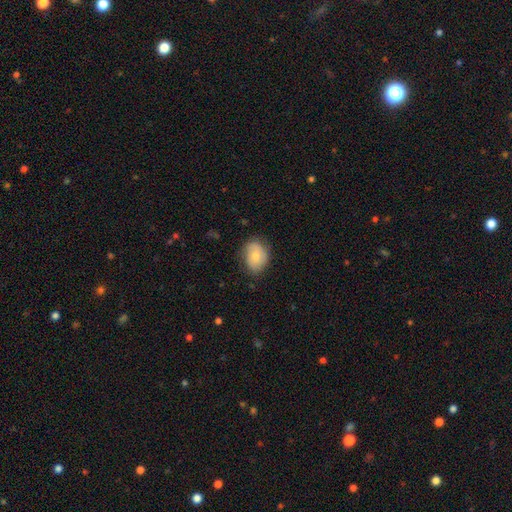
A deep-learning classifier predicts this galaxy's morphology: Smooth or featured? smooth (73%)
How rounded? in between (64%)
Merging? none (71%)